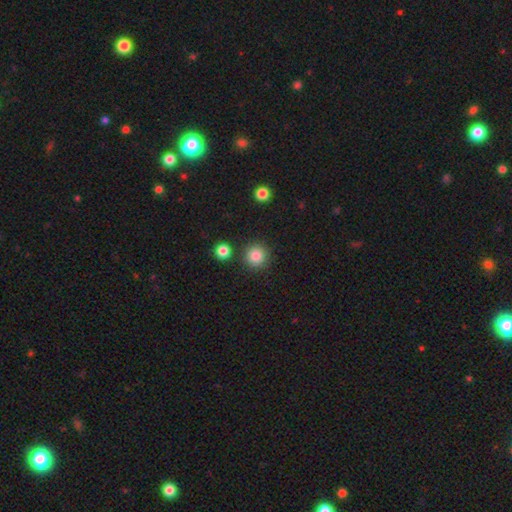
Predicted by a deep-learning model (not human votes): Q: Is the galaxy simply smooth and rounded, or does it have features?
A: smooth — 85%.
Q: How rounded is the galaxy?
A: round — 94%.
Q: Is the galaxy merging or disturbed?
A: none — 88%.